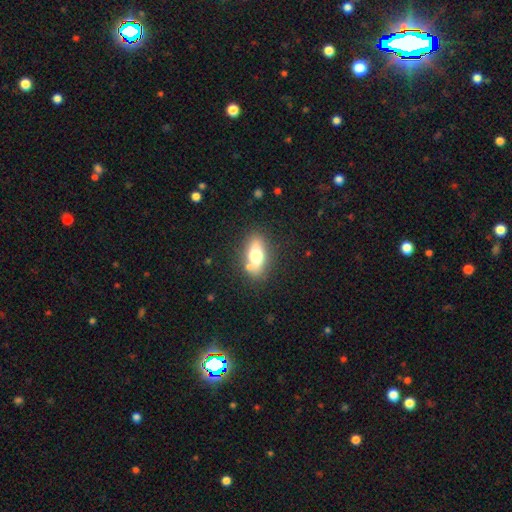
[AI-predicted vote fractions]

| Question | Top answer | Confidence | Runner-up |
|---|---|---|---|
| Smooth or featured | smooth | 61% | featured or disk (31%) |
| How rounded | in between | 76% | cigar-shaped (16%) |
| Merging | none | 76% | minor disturbance (13%) |